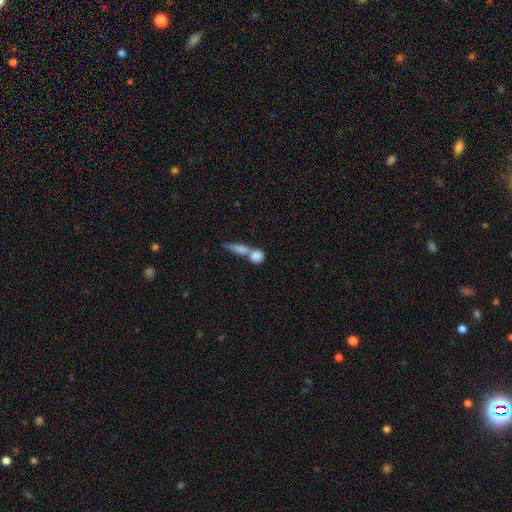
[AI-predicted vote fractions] smooth 79%, featured or disk 13%, star or artifact 8%. Down the decision tree: how rounded — round (62%); merging — merger (54%).